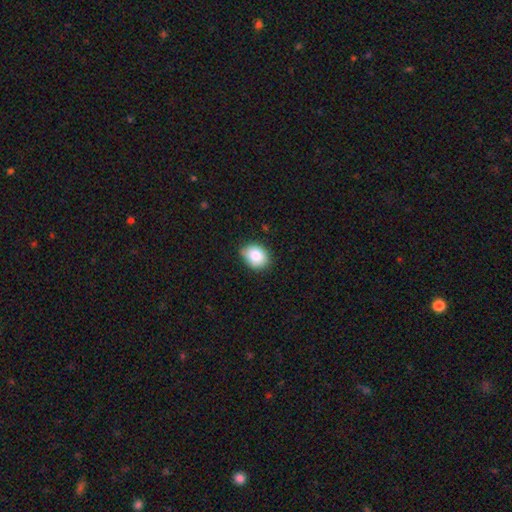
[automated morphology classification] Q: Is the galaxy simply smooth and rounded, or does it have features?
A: smooth — 85%.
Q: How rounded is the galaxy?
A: in between — 52%.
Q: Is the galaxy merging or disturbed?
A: none — 78%.